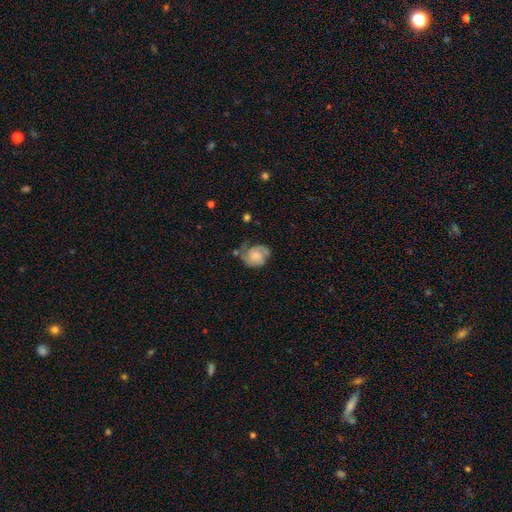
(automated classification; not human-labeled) This appears to be a featured or disk galaxy (70%) with no bar (66%), 2 (72%) tight (46%) spiral arms (94%) and a moderate central bulge (33%). Merging: none (56%).